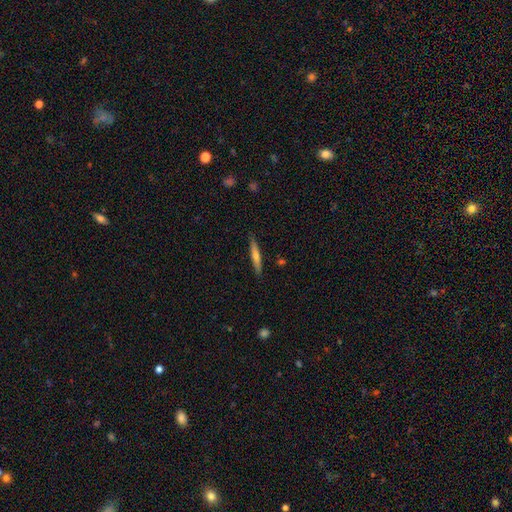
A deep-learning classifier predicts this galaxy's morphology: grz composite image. It shows a featured or disk galaxy (55%) viewed edge-on (96%) with a rounded central bulge (74%). Merging: none (89%).